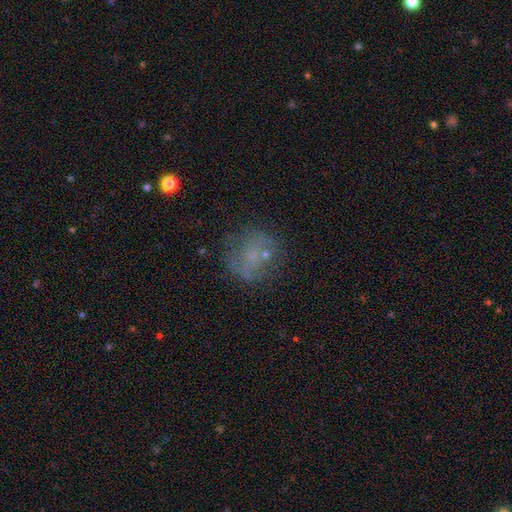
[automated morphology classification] smooth-or-featured: smooth: 41% | featured or disk: 35% | star or artifact: 24%
  merging: none: 65% | minor disturbance: 17% | major disturbance: 13% | merger: 5%